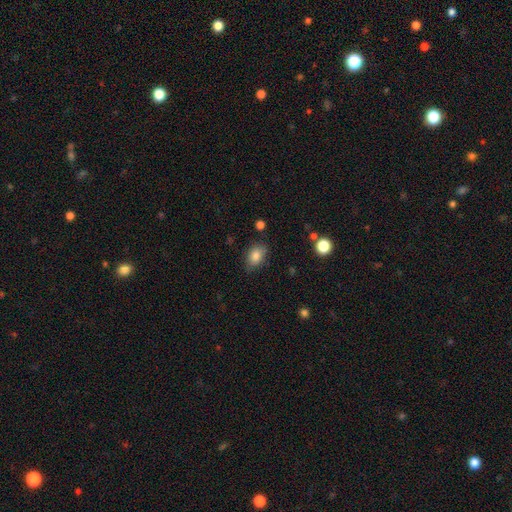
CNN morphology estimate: Q: Smooth or featured?
A: smooth (84%); runner-up: star or artifact (9%)
Q: How rounded?
A: in between (79%); runner-up: round (20%)
Q: Merging?
A: none (78%); runner-up: minor disturbance (16%)